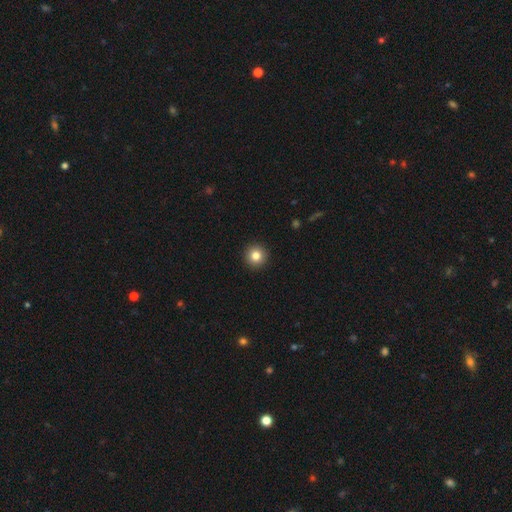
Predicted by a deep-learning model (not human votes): Overall: smooth (83%). How rounded: round (95%). Merging: none (93%).